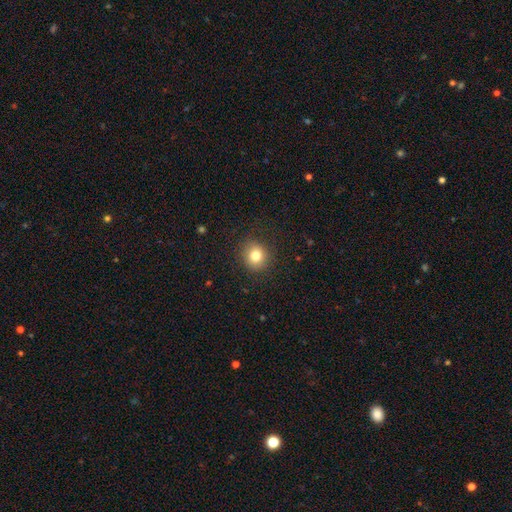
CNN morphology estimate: This is clearly a smooth galaxy (80%). How rounded: clearly round (86%). Merging: clearly none (89%).